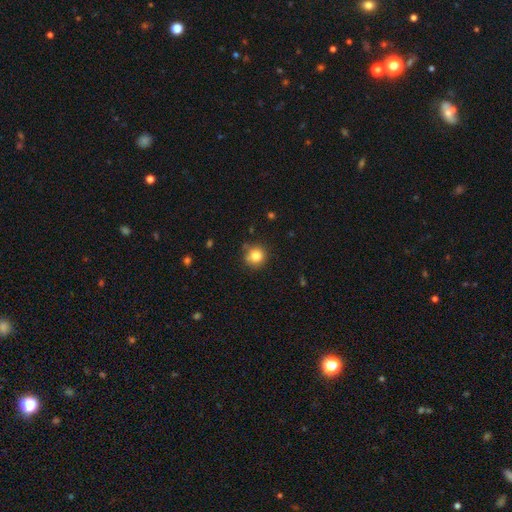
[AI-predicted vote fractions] Morphology: type=smooth (83%); roundness=round (91%); merging=none (78%).